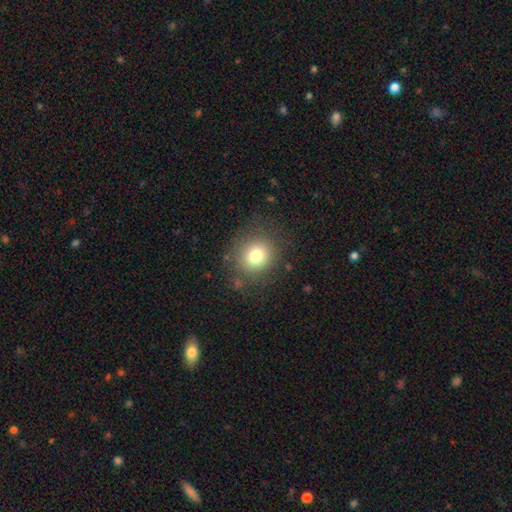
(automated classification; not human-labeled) Smooth or featured? Predicted: smooth (p=0.77). How rounded? Predicted: round (p=0.83). Merging? Predicted: none (p=0.80).